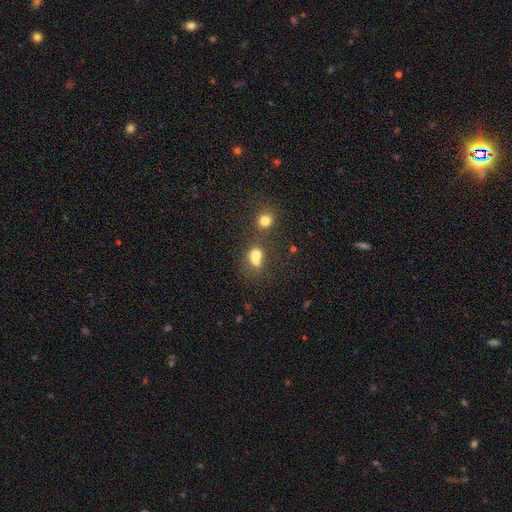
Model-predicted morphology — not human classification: A smooth galaxy with no disk features (67%) that is round (63%). Merging: merger (57%).